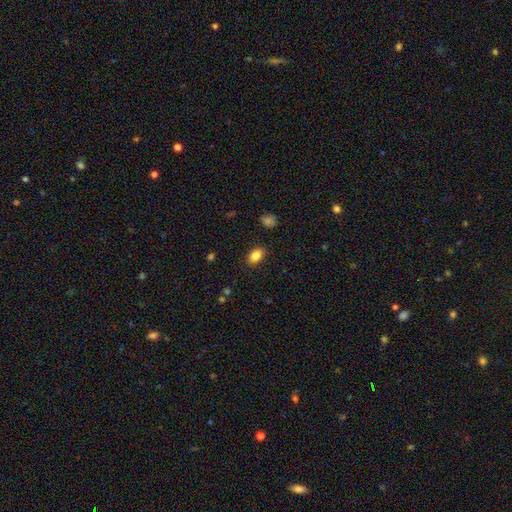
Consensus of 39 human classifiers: Smooth or featured? 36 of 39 (92%) said smooth. How rounded? 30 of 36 (83%) said in between. Merging? 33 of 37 (89%) said none.